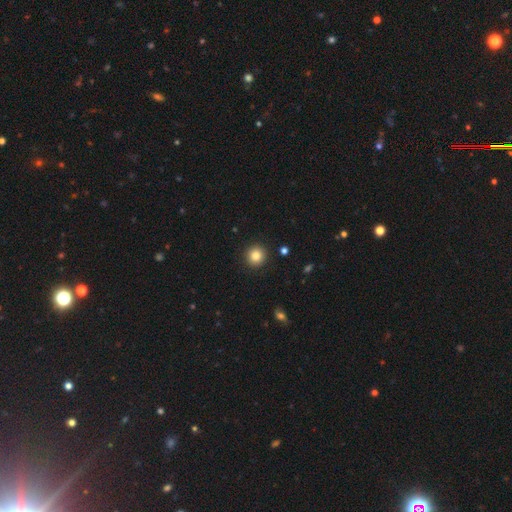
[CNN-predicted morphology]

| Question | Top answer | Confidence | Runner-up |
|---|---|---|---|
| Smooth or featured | smooth | 85% | star or artifact (10%) |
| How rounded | round | 94% | in between (5%) |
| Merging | none | 92% | minor disturbance (5%) |